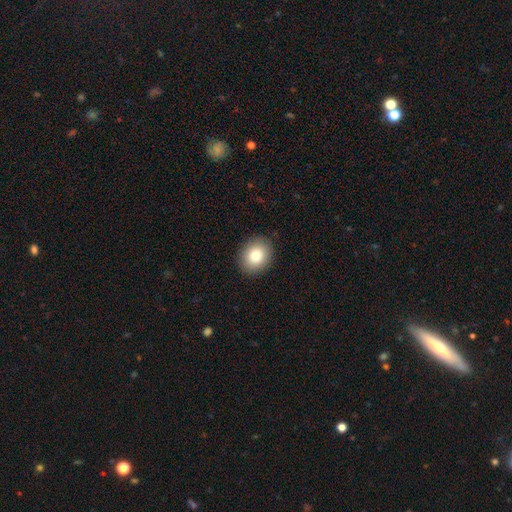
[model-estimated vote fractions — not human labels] Smooth or featured? smooth (83%)
How rounded? round (63%)
Merging? none (90%)